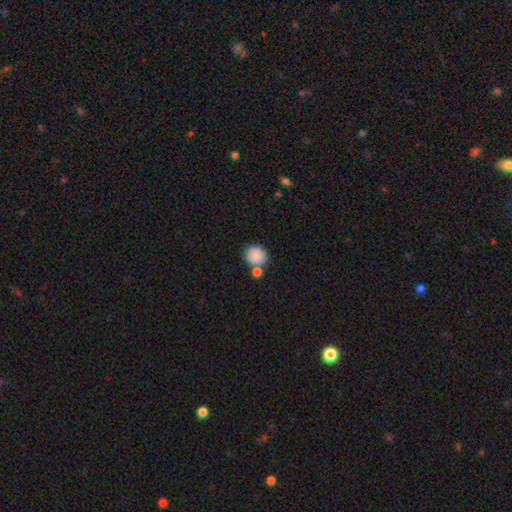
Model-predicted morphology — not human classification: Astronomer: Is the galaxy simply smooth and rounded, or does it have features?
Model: smooth — 87%.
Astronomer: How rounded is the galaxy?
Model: round — 77%.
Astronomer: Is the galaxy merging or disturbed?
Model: none — 62%.